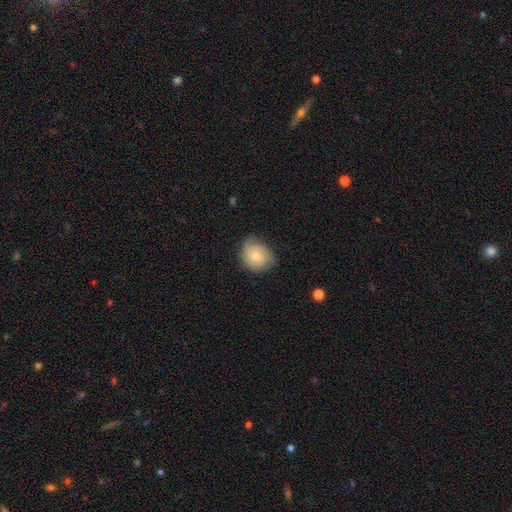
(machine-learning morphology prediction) Smooth or featured?
  - smooth: 61% *
  - featured or disk: 32%
  - star or artifact: 7%
How rounded?
  - round: 59% *
  - in between: 40%
  - cigar-shaped: 1%
Merging?
  - none: 55% *
  - minor disturbance: 34%
  - major disturbance: 9%
  - merger: 1%